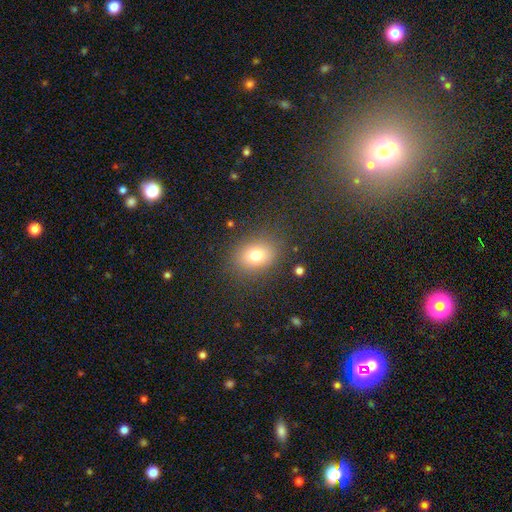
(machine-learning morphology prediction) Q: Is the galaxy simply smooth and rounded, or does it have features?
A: smooth — 76%.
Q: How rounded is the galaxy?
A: in between — 53%.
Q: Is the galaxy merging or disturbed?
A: none — 82%.